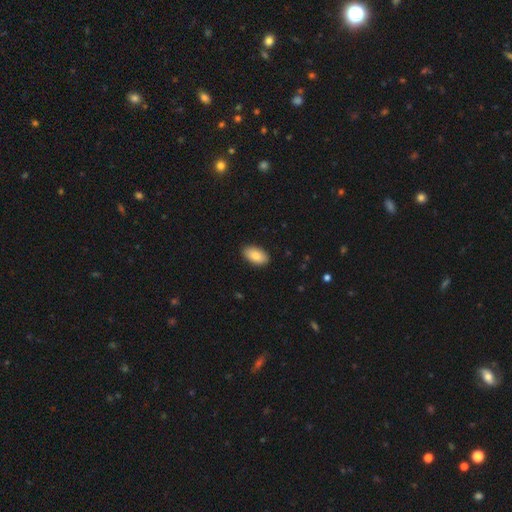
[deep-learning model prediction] Smooth or featured?
  - smooth: 86% *
  - featured or disk: 8%
  - star or artifact: 6%
How rounded?
  - in between: 95% *
  - round: 3%
  - cigar-shaped: 2%
Merging?
  - none: 89% *
  - minor disturbance: 9%
  - major disturbance: 2%
  - merger: 1%